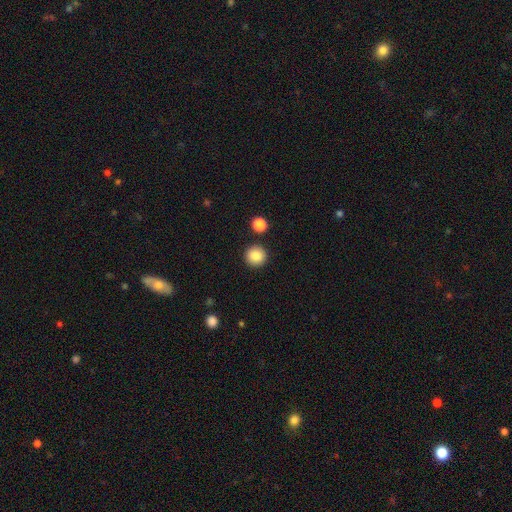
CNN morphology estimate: The model was most divided on "smooth or featured": smooth: 87%, star or artifact: 9%, featured or disk: 4%. More confident: how rounded — round (94%); merging — none (90%).